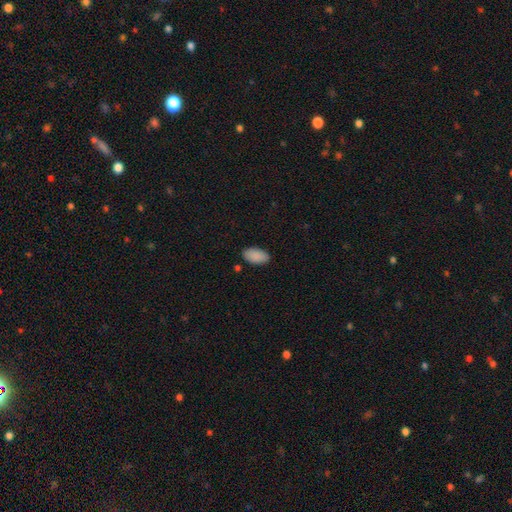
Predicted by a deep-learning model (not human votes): A smooth galaxy with no disk features (90%) that is in between round and cigar-shaped (95%). Merging: none (86%).